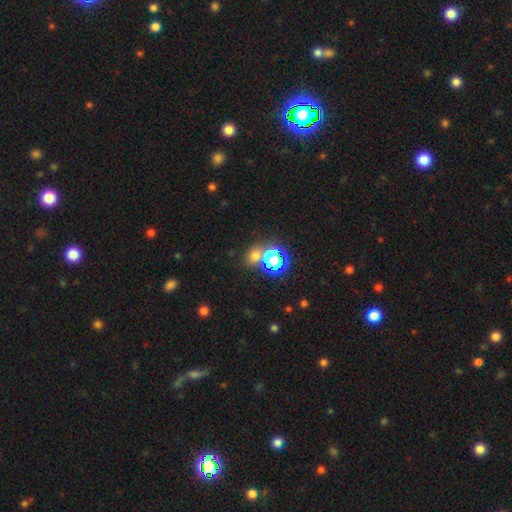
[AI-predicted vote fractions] smooth 53%, star or artifact 39%, featured or disk 8%. Down the decision tree: how rounded — round (66%); merging — none (62%).